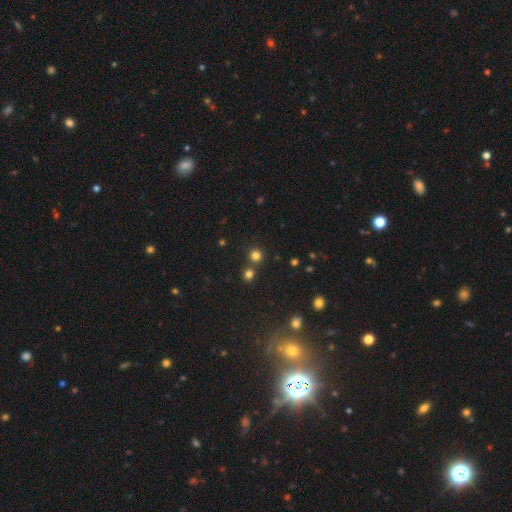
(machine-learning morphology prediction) smooth_or_featured: smooth (p=0.76) [alt: star or artifact p=0.19]
how_rounded: round (p=0.93) [alt: in between p=0.06]
merging: none (p=0.75) [alt: merger p=0.17]